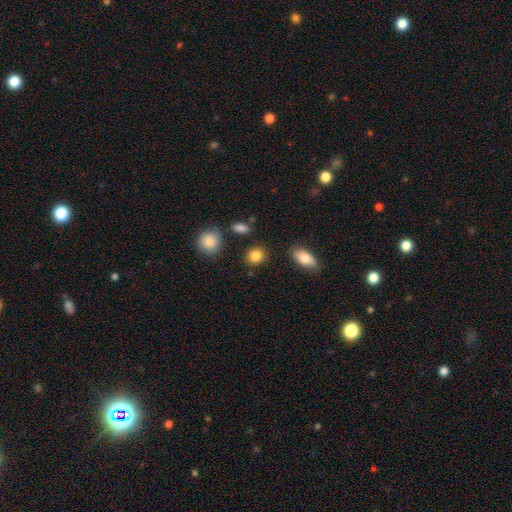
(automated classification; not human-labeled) Smooth or featured? Predicted: smooth (p=0.86). How rounded? Predicted: round (p=0.70). Merging? Predicted: none (p=0.86).